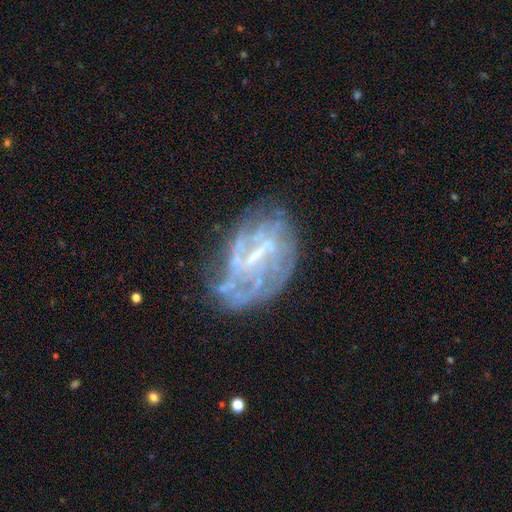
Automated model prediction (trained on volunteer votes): Smooth or featured?
  - featured or disk: 82% *
  - smooth: 10%
  - star or artifact: 8%
Edge-on disk?
  - no: 97% *
  - yes: 3%
Bar?
  - weak: 50% *
  - strong: 31%
  - no: 19%
Spiral arms?
  - yes: 74% *
  - no: 26%
Spiral winding?
  - tight: 47% *
  - medium: 36%
  - loose: 17%
Spiral arm count?
  - can't tell: 49% *
  - 2: 18%
  - 3: 13%
  - 4: 10%
  - 1: 5%
  - more than 4: 5%
Bulge size?
  - small: 49% *
  - moderate: 24%
  - none: 24%
  - large: 2%
  - dominant: 1%
Merging?
  - none: 52% *
  - minor disturbance: 24%
  - major disturbance: 20%
  - merger: 4%